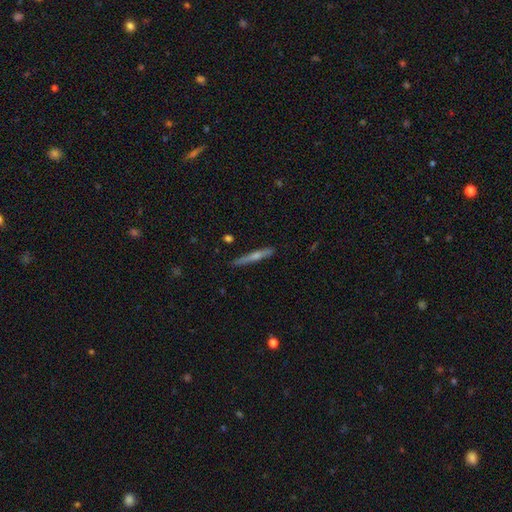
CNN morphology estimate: Q: Smooth or featured?
A: featured or disk (61%); runner-up: smooth (32%)
Q: Edge-on disk?
A: yes (96%); runner-up: no (4%)
Q: Edge-on bulge?
A: rounded (75%); runner-up: none (20%)
Q: Merging?
A: none (87%); runner-up: minor disturbance (9%)